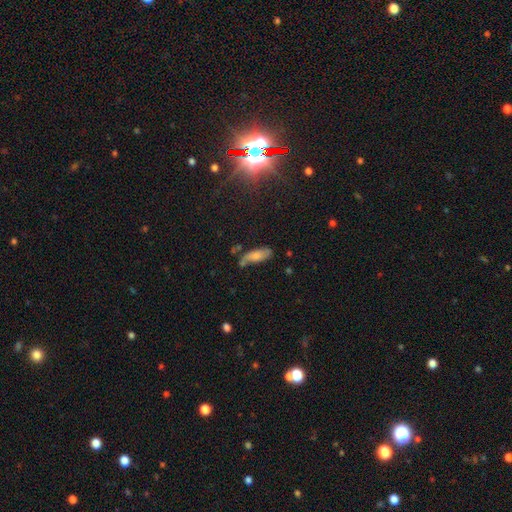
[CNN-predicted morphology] smooth-or-featured: smooth: 67% | featured or disk: 24% | star or artifact: 9%
  how-rounded: in between: 68% | cigar-shaped: 29% | round: 2%
  merging: none: 51% | minor disturbance: 30% | major disturbance: 10% | merger: 10%